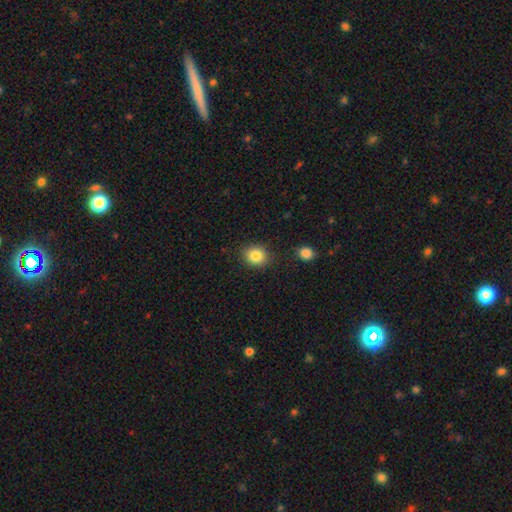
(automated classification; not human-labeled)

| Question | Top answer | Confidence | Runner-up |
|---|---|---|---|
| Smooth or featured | smooth | 84% | star or artifact (10%) |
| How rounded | round | 76% | in between (23%) |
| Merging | none | 85% | minor disturbance (9%) |